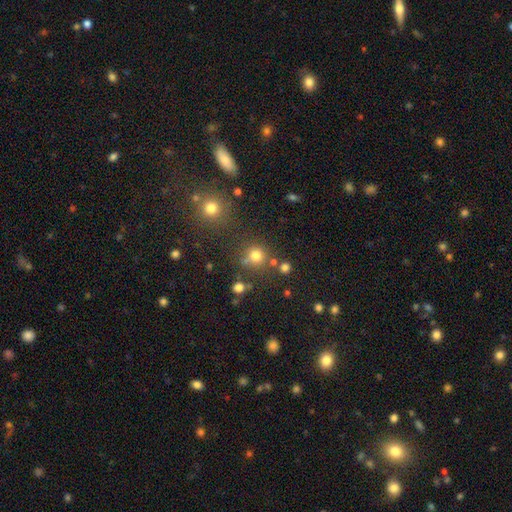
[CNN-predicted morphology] smooth-or-featured: smooth: 75% | star or artifact: 18% | featured or disk: 7%
  how-rounded: round: 89% | in between: 10% | cigar-shaped: 1%
  merging: none: 69% | merger: 14% | minor disturbance: 11% | major disturbance: 5%